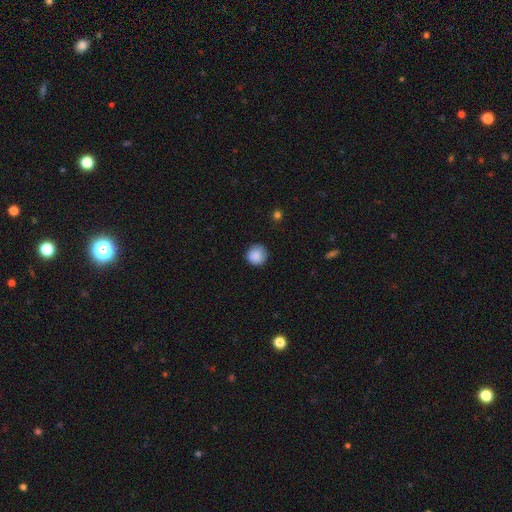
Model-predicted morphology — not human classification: type=smooth (88%); roundness=round (94%); merging=none (87%).